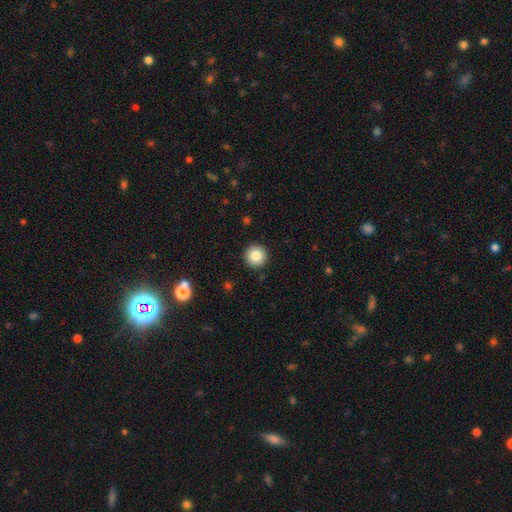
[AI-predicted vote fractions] smooth 83%, star or artifact 10%, featured or disk 7%. Down the decision tree: how rounded — round (96%); merging — none (93%).